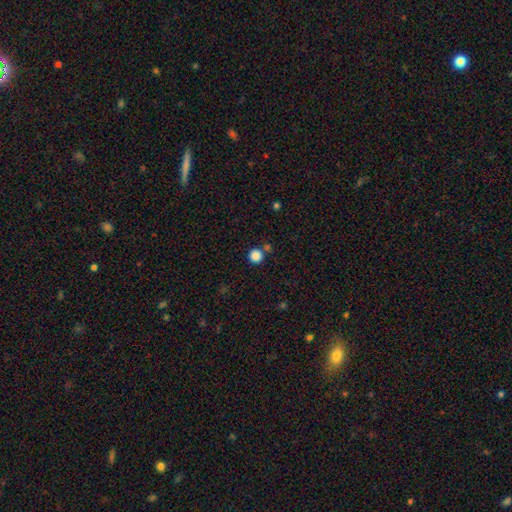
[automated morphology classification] Smooth or featured: smooth — 86% (star or artifact — 11%)
How rounded: round — 95% (in between — 4%)
Merging: none — 79% (merger — 11%)